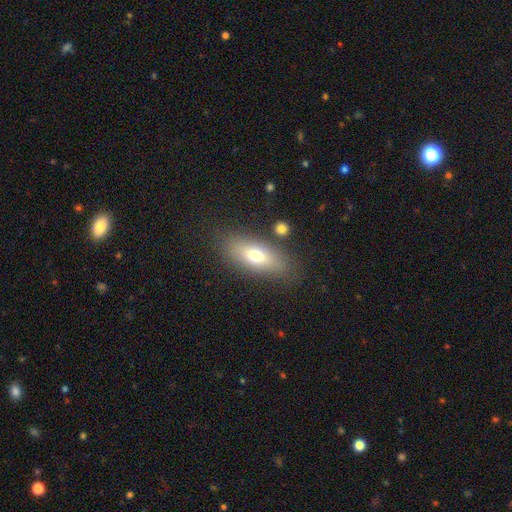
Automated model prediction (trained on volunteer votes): The model was most divided on "smooth or featured": smooth: 68%, featured or disk: 24%, star or artifact: 9%. More confident: merging — none (80%); how rounded — in between (75%).